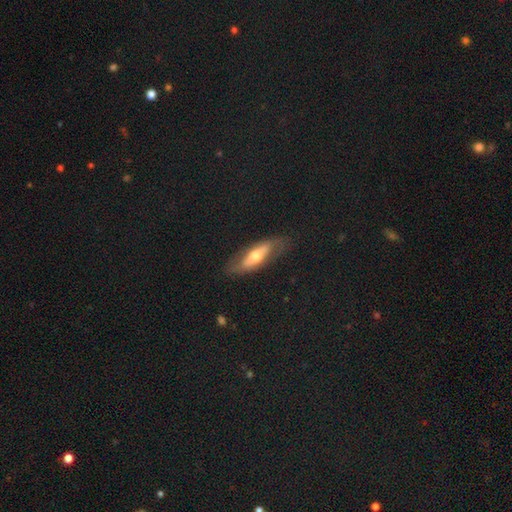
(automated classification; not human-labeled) This appears to be a featured or disk galaxy (51%). Merging: none (74%).